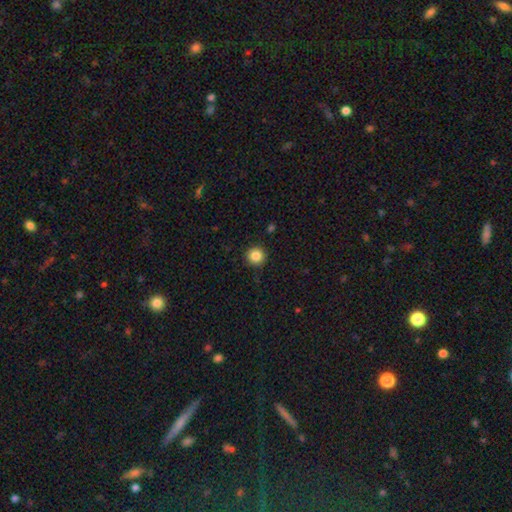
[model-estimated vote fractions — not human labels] A smooth galaxy with no disk features (86%) that is round (96%). Merging: none (92%).